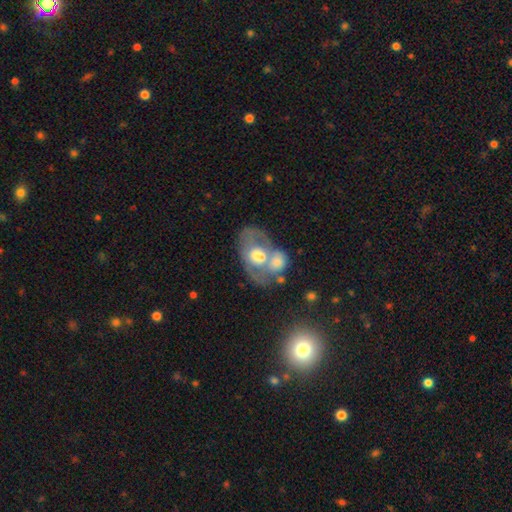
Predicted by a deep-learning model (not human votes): Smooth or featured: featured or disk — 60% (smooth — 29%)
Edge-on disk: no — 94% (yes — 6%)
Bar: no — 80% (weak — 15%)
Spiral arms: no — 64% (yes — 36%)
Bulge size: moderate — 60% (large — 23%)
Merging: merger — 46% (none — 31%)